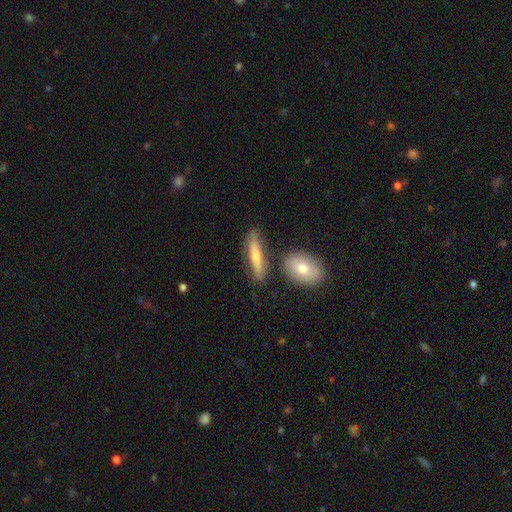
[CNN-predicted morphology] smooth_or_featured: smooth (p=0.55) [alt: featured or disk p=0.38]
how_rounded: cigar-shaped (p=0.75) [alt: in between p=0.21]
merging: none (p=0.77) [alt: minor disturbance p=0.12]